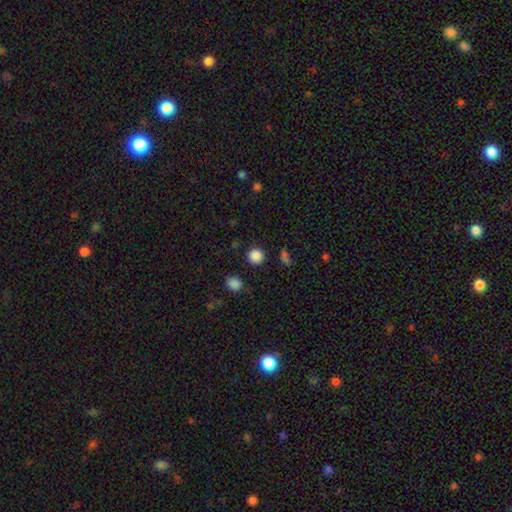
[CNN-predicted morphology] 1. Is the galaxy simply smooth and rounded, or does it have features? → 84% smooth, 13% star or artifact, 3% featured or disk.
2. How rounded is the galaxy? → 94% round, 5% in between, 1% cigar-shaped.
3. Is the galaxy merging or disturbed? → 90% none, 6% minor disturbance, 2% major disturbance, 2% merger.